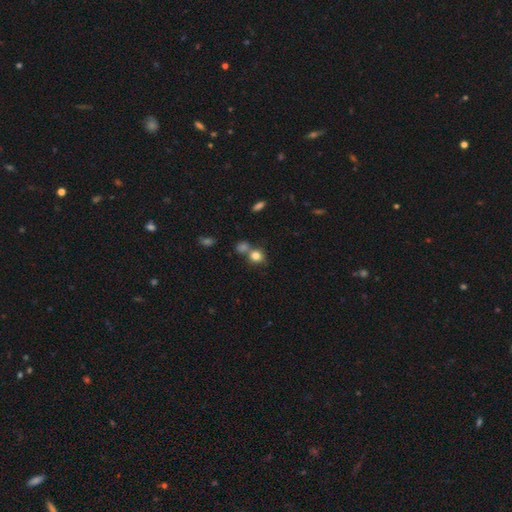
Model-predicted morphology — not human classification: A smooth galaxy with no disk features (80%) that is round (81%). Merging: none (56%).